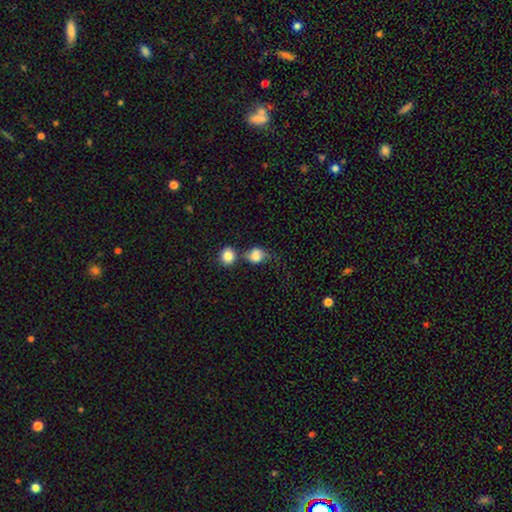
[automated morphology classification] smooth 77%, featured or disk 13%, star or artifact 10%. Down the decision tree: how rounded — round (66%); merging — none (40%).